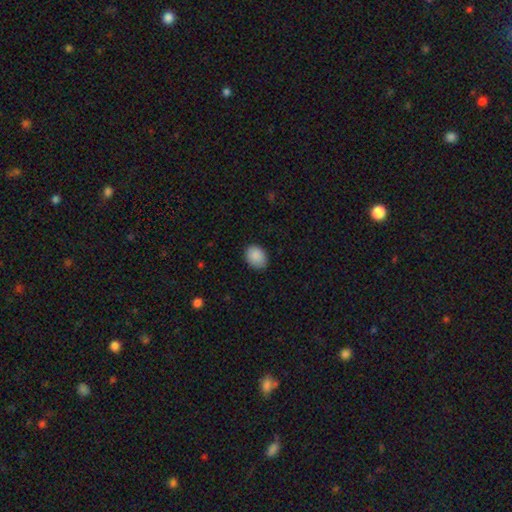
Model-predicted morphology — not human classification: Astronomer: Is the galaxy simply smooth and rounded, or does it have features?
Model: smooth — 89%.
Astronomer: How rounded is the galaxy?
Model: in between — 65%.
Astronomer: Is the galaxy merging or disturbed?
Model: none — 84%.